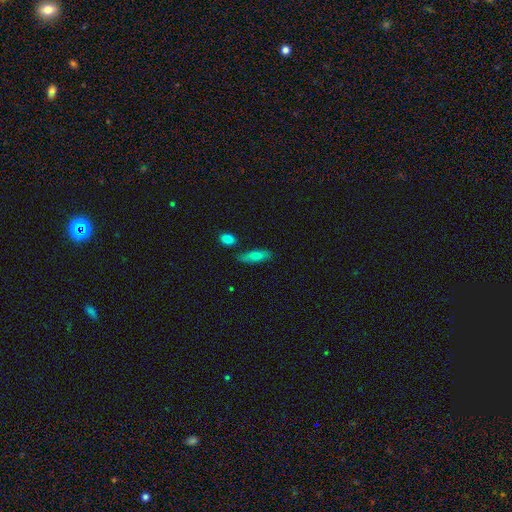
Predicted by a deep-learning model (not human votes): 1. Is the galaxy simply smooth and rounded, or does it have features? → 78% smooth, 15% featured or disk, 7% star or artifact.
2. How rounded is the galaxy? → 53% in between, 44% cigar-shaped, 3% round.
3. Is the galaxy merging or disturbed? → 75% none, 15% minor disturbance, 6% merger, 4% major disturbance.